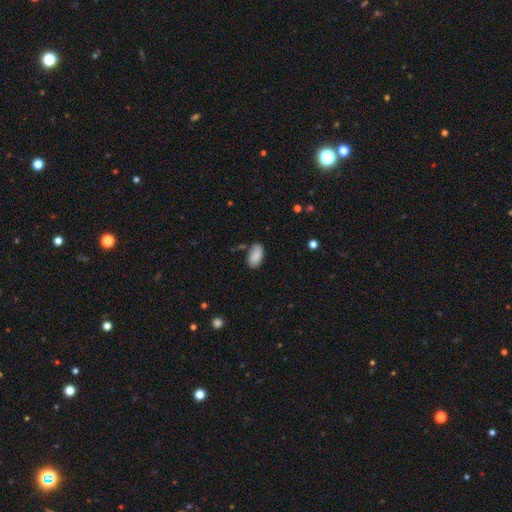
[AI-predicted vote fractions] The model was most divided on "merging": none: 73%, minor disturbance: 18%, merger: 5%, major disturbance: 4%. More confident: how rounded — in between (94%); smooth or featured — smooth (87%).